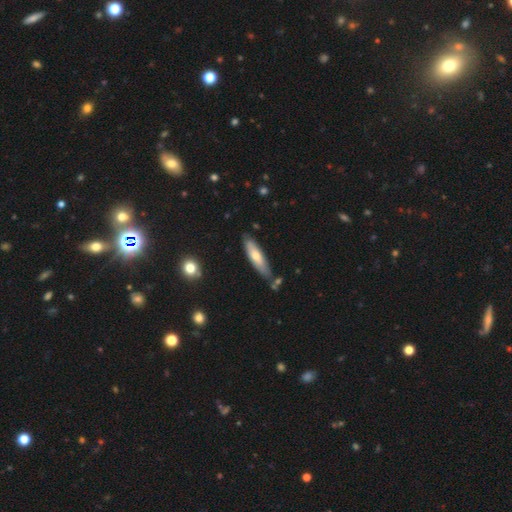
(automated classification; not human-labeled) Smooth or featured?
  - smooth: 59% *
  - featured or disk: 35%
  - star or artifact: 5%
How rounded?
  - cigar-shaped: 71% *
  - in between: 27%
  - round: 2%
Merging?
  - none: 77% *
  - minor disturbance: 16%
  - merger: 5%
  - major disturbance: 3%